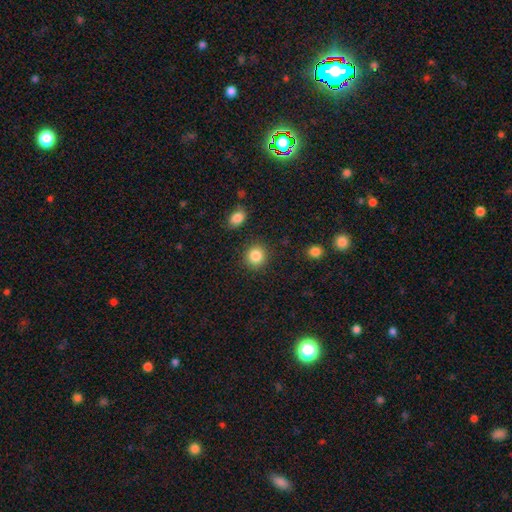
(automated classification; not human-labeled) Overall: smooth (85%). How rounded: round (88%). Merging: none (88%).